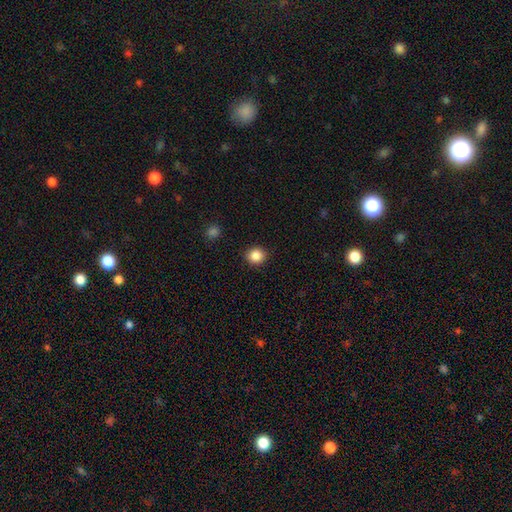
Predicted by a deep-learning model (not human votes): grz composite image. It shows a smooth galaxy with no disk features (86%) that is round (88%). Merging: none (91%).